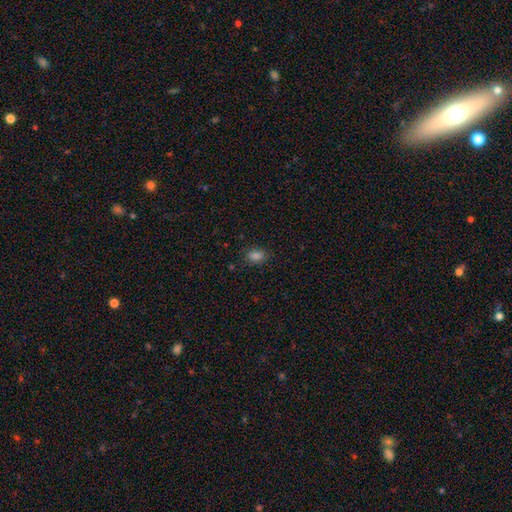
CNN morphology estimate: smooth-or-featured: smooth: 83% | star or artifact: 13% | featured or disk: 4%
  how-rounded: in between: 78% | round: 21% | cigar-shaped: 2%
  merging: none: 82% | minor disturbance: 13% | major disturbance: 3% | merger: 1%